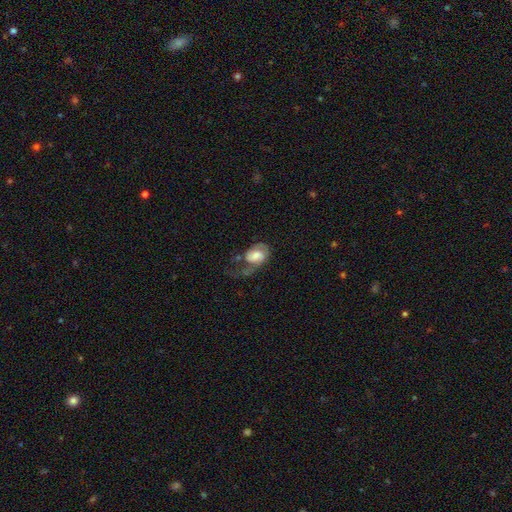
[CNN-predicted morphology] smooth-or-featured: featured or disk: 51% | smooth: 42% | star or artifact: 7%
  disk-edge-on: no: 96% | yes: 4%
  merging: major disturbance: 52% | none: 23% | minor disturbance: 20% | merger: 5%